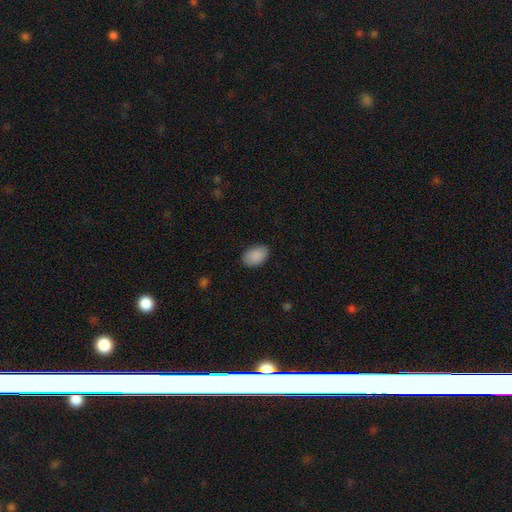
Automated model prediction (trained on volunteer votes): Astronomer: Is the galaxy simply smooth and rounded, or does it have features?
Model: smooth — 90%.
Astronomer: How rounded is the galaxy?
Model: in between — 88%.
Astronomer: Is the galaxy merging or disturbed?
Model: none — 86%.